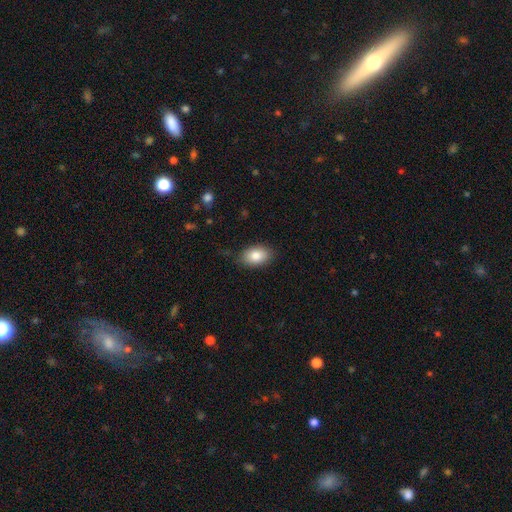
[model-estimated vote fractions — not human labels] The model was most divided on "merging": none: 83%, minor disturbance: 13%, major disturbance: 3%, merger: 1%. More confident: how rounded — in between (88%); smooth or featured — smooth (83%).